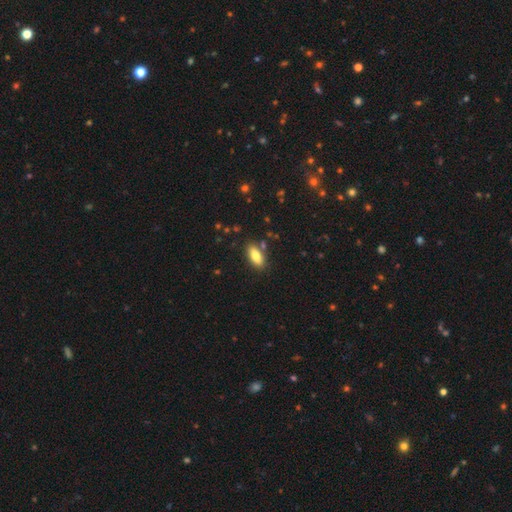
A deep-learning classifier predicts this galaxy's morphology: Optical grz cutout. It shows a smooth galaxy with no disk features (84%) that is in between round and cigar-shaped (86%). Merging: none (83%).